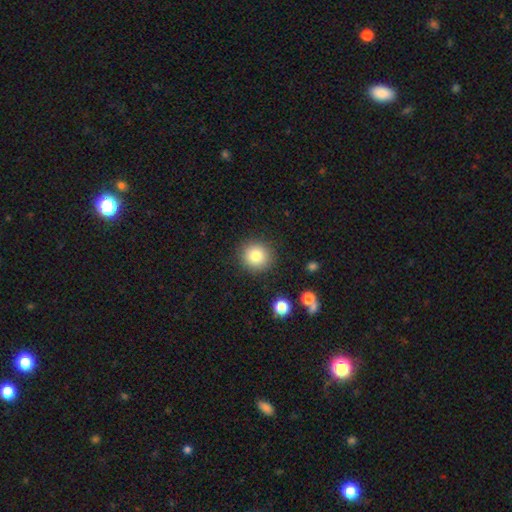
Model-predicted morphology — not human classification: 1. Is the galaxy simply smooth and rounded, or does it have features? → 82% smooth, 11% star or artifact, 8% featured or disk.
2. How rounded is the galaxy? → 92% round, 7% in between, 1% cigar-shaped.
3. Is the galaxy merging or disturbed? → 89% none, 7% minor disturbance, 2% major disturbance, 2% merger.